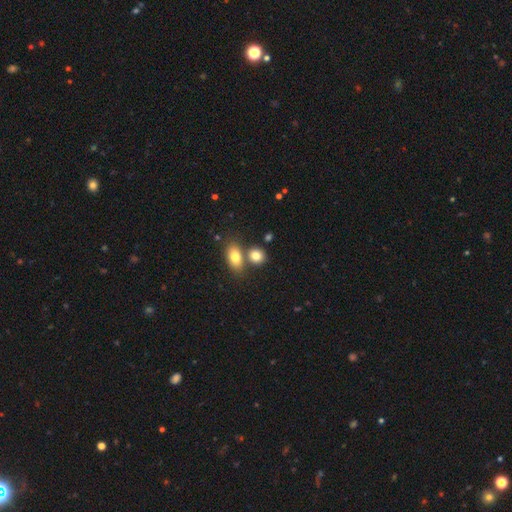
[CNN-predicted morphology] Smooth or featured? Predicted: smooth (p=0.81). How rounded? Predicted: round (p=0.54). Merging? Predicted: none (p=0.56).